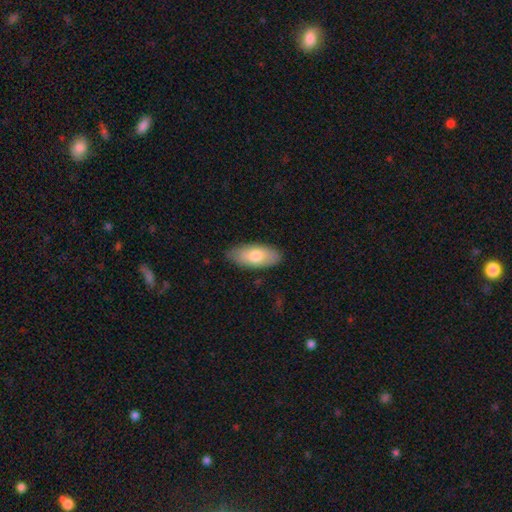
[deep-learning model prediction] Overall: smooth (76%). How rounded: in between (89%). Merging: none (82%).